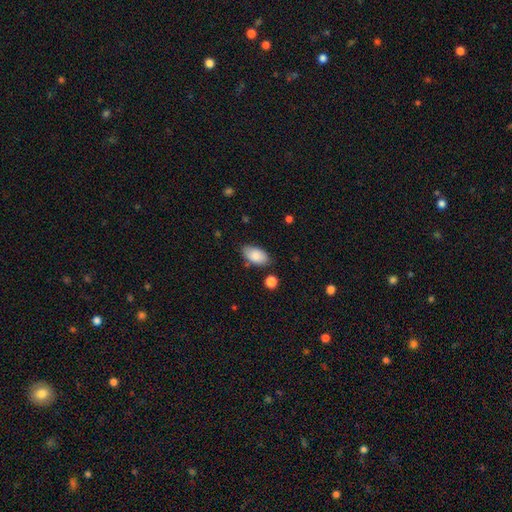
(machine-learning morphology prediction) The model was most divided on "merging": none: 79%, minor disturbance: 14%, merger: 3%, major disturbance: 3%. More confident: how rounded — in between (94%); smooth or featured — smooth (86%).